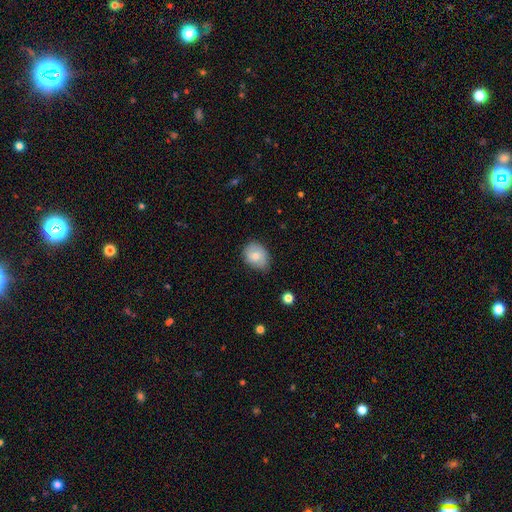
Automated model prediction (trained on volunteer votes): Smooth or featured? smooth (74%)
How rounded? in between (57%)
Merging? none (66%)